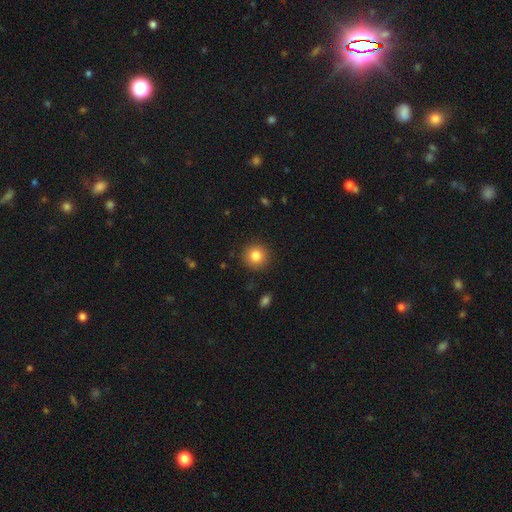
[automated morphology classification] Overall: smooth (83%). How rounded: round (94%). Merging: none (91%).